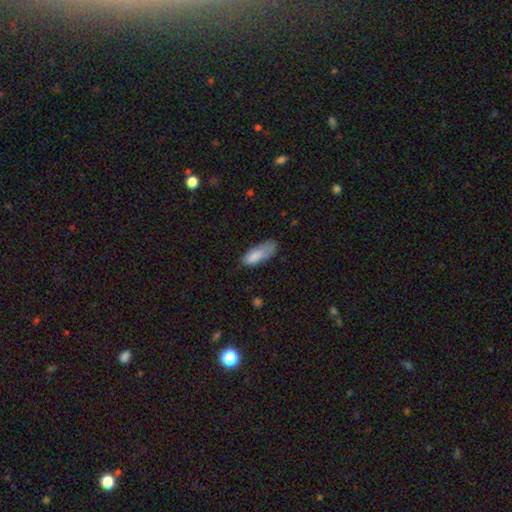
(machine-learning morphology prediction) smooth 82%, featured or disk 11%, star or artifact 7%. Down the decision tree: how rounded — in between (76%); merging — none (43%).